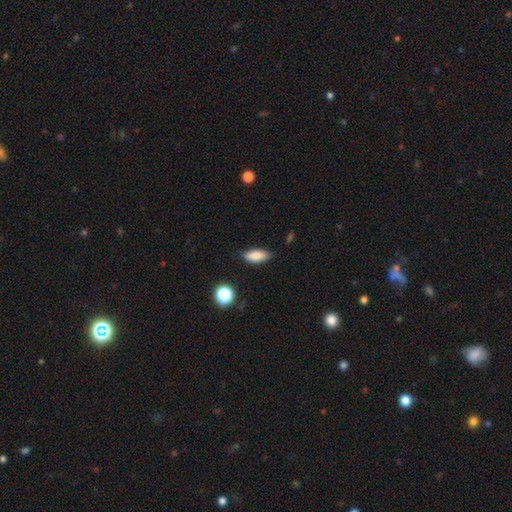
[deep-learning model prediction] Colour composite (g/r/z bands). It shows a smooth galaxy with no disk features (85%) that is in between round and cigar-shaped (80%). Merging: none (78%).